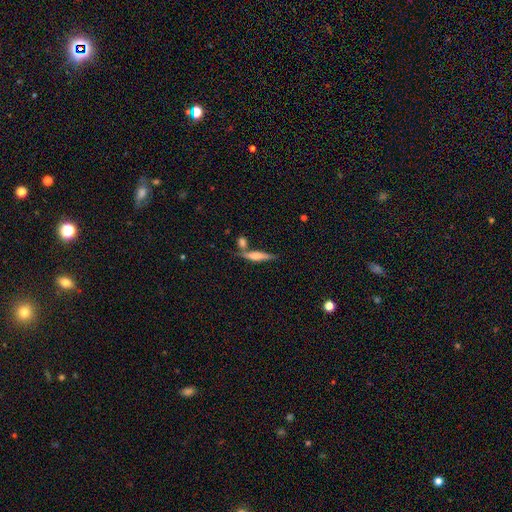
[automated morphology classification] Smooth or featured? smooth (47%)
Merging? none (64%)